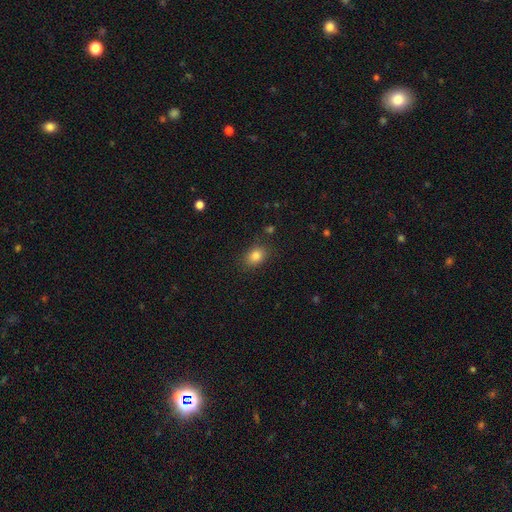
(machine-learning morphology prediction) A smooth galaxy with no disk features (83%) that is in between round and cigar-shaped (64%).

Vote fractions:
- Smooth or featured? smooth: 83% / star or artifact: 11% / featured or disk: 6%
- How rounded? in between: 64% / round: 35% / cigar-shaped: 1%
- Merging? none: 84% / minor disturbance: 11% / major disturbance: 3% / merger: 2%